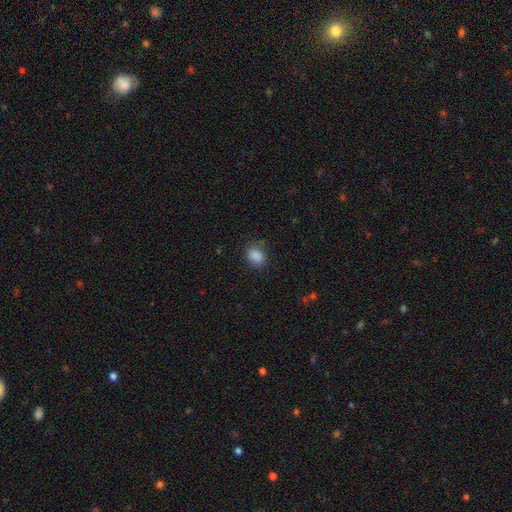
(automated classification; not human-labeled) Smooth or featured? smooth (87%)
How rounded? in between (60%)
Merging? none (81%)